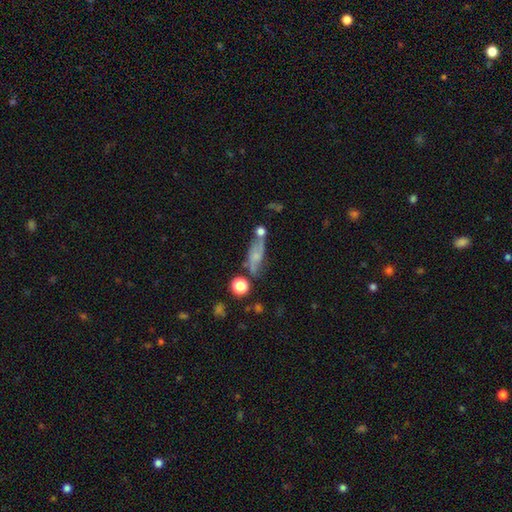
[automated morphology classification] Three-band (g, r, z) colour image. It shows a featured or disk galaxy (43%, tied with smooth). Merging: none (45%).